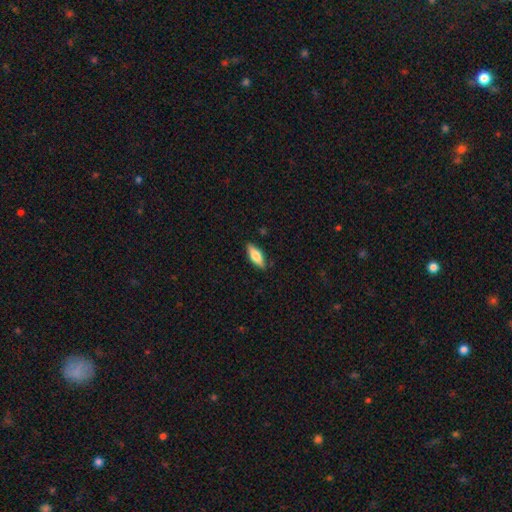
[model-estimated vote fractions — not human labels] Q: Smooth or featured?
A: smooth (69%); runner-up: featured or disk (25%)
Q: How rounded?
A: in between (66%); runner-up: cigar-shaped (32%)
Q: Merging?
A: none (86%); runner-up: minor disturbance (10%)